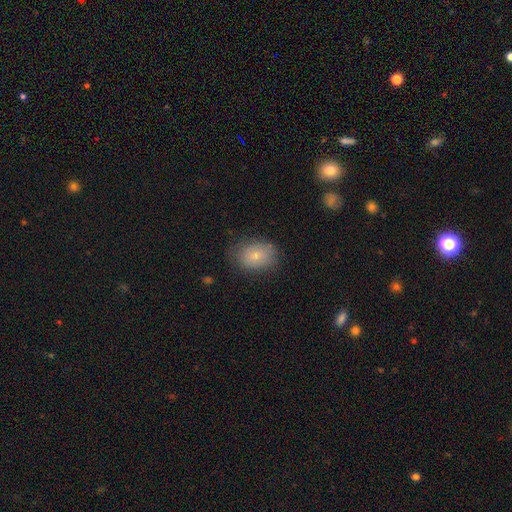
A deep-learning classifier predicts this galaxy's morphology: smooth_or_featured: smooth (p=0.81) [alt: featured or disk p=0.10]
how_rounded: in between (p=0.76) [alt: round p=0.23]
merging: none (p=0.76) [alt: minor disturbance p=0.18]